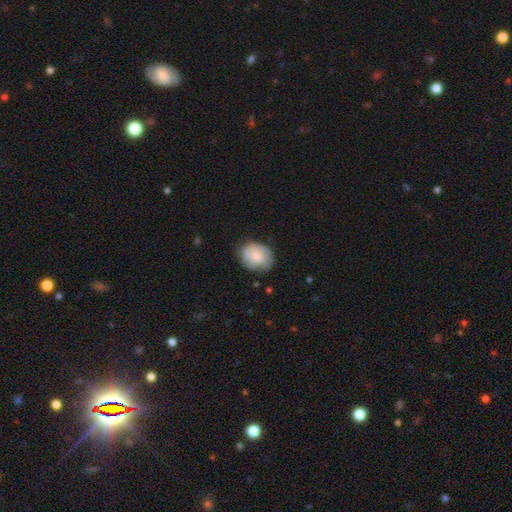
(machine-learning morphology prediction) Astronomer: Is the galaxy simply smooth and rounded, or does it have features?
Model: smooth — 55% (runner-up: featured or disk, 38%).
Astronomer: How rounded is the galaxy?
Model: round — 50% (runner-up: in between, 49%).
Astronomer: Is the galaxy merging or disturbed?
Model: none — 71%.